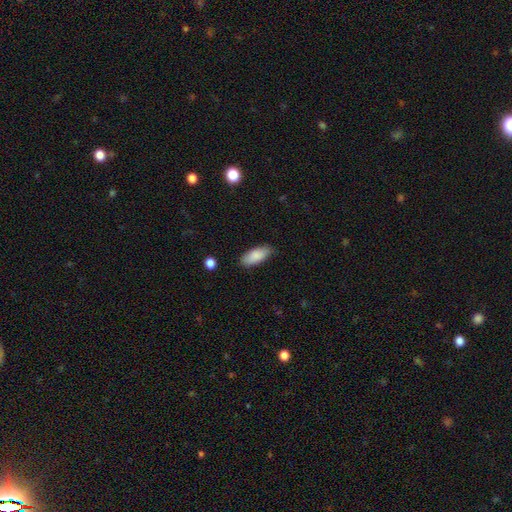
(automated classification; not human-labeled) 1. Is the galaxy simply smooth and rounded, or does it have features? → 88% smooth, 6% featured or disk, 6% star or artifact.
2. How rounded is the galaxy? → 84% in between, 14% cigar-shaped, 2% round.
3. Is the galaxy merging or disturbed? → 82% none, 14% minor disturbance, 3% major disturbance, 1% merger.